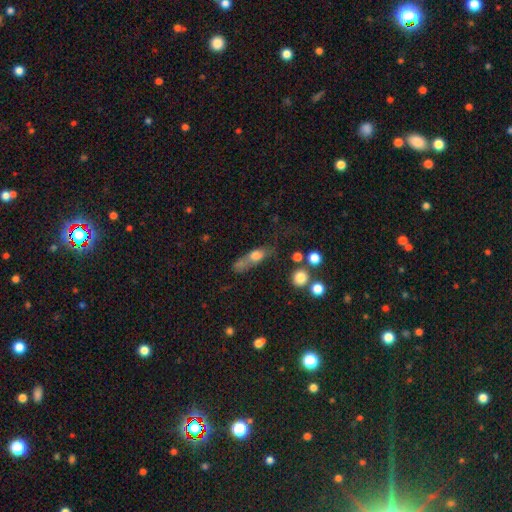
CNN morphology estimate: Smooth or featured? smooth (64%)
How rounded? in between (51%)
Merging? none (31%)